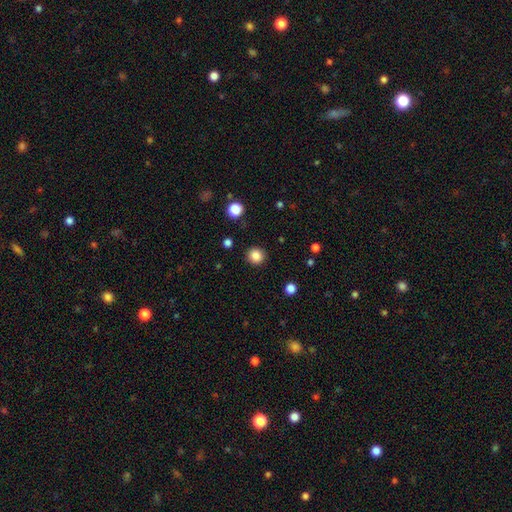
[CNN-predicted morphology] smooth_or_featured: smooth (p=0.85) [alt: star or artifact p=0.11]
how_rounded: round (p=0.93) [alt: in between p=0.07]
merging: none (p=0.92) [alt: minor disturbance p=0.05]